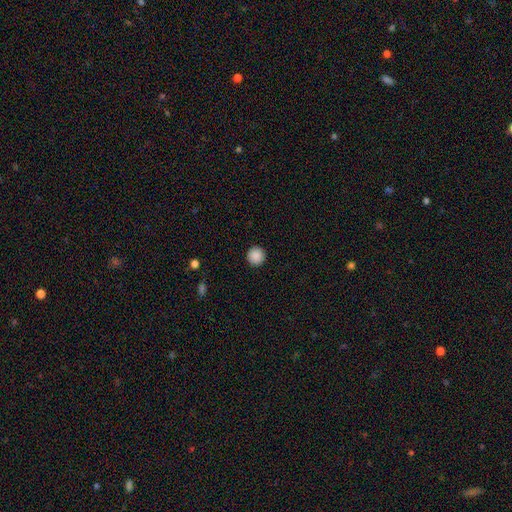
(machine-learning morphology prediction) smooth-or-featured: smooth: 89% | star or artifact: 9% | featured or disk: 3%
  how-rounded: round: 96% | in between: 3% | cigar-shaped: 1%
  merging: none: 93% | minor disturbance: 5% | major disturbance: 2% | merger: 1%